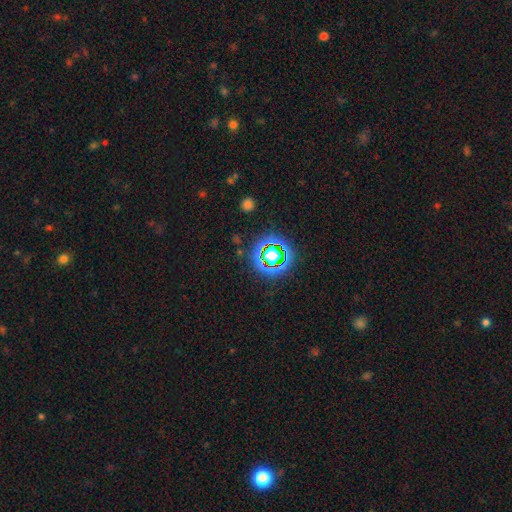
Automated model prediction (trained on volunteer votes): Morphology: type=star or artifact (75%).